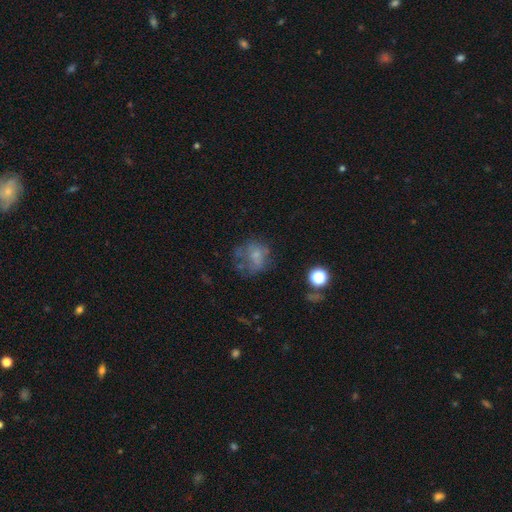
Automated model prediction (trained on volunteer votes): Overall: smooth (48%; featured or disk 34%). Merging: none (43%; major disturbance 30%).